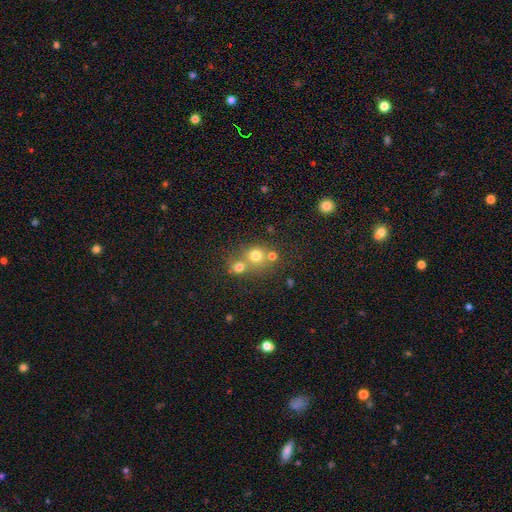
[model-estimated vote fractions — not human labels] Morphology: type=smooth (72%); roundness=round (85%); merging=none (47%).